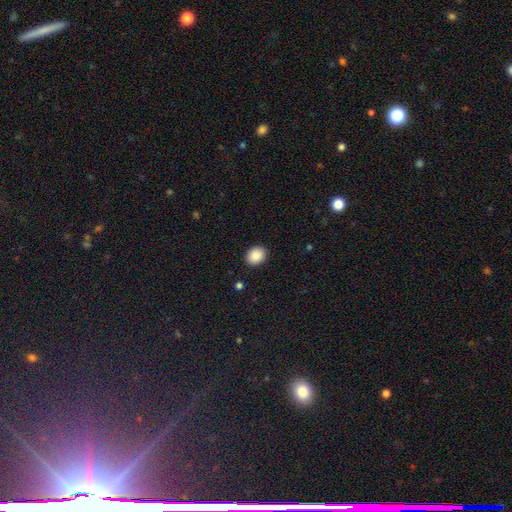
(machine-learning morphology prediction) Smooth or featured: smooth — 89% (star or artifact — 8%)
How rounded: round — 56% (in between — 43%)
Merging: none — 91% (minor disturbance — 6%)